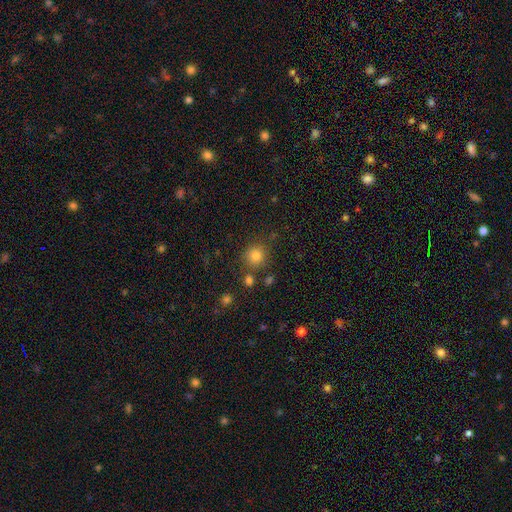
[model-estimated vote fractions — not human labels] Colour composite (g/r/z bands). It shows a smooth galaxy with no disk features (81%) that is round (90%). Merging: none (79%).